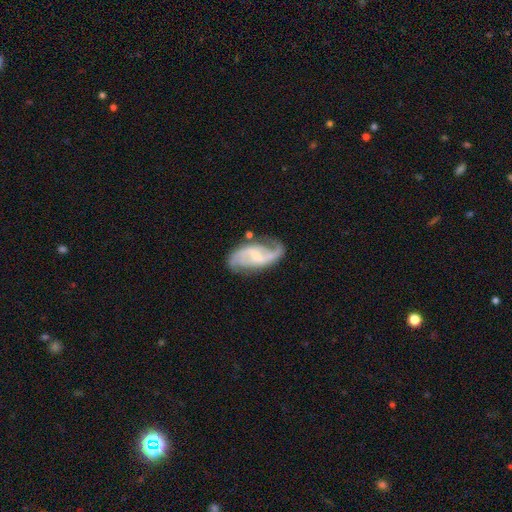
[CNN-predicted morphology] The model was most divided on "spiral winding": loose: 46%, medium: 42%, tight: 12%. More confident: edge-on disk — no (97%); spiral arms — yes (96%); spiral arm count — 2 (88%); smooth or featured — featured or disk (87%); merging — none (69%); bulge size — small (61%); bar — weak (50%).